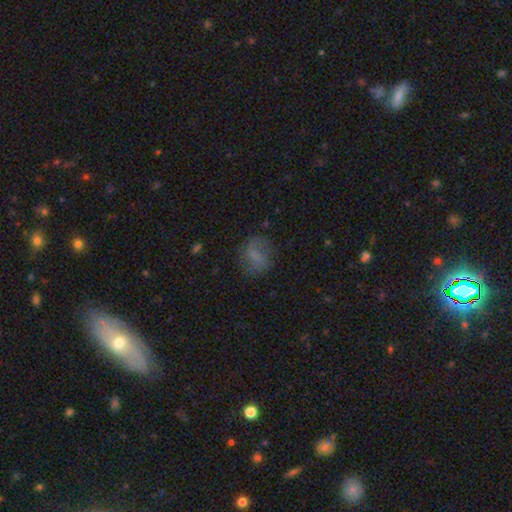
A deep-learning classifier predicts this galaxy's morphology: Smooth or featured: smooth — 61% (featured or disk — 27%)
How rounded: round — 51% (in between — 46%)
Merging: none — 71% (minor disturbance — 18%)